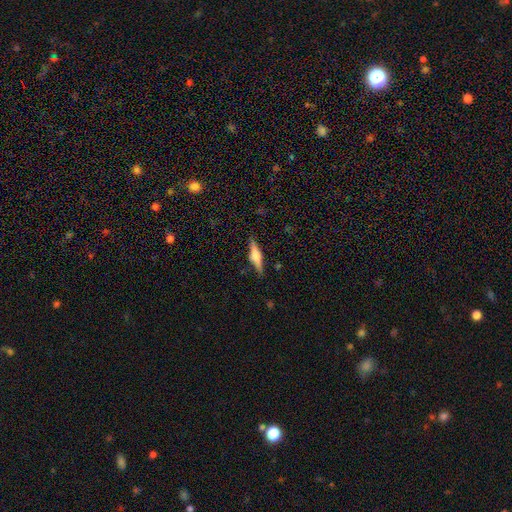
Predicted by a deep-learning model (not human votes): The model was most divided on "smooth or featured": featured or disk: 57%, smooth: 36%, star or artifact: 8%. More confident: edge-on disk — yes (96%); merging — none (85%); edge-on bulge — rounded (72%).